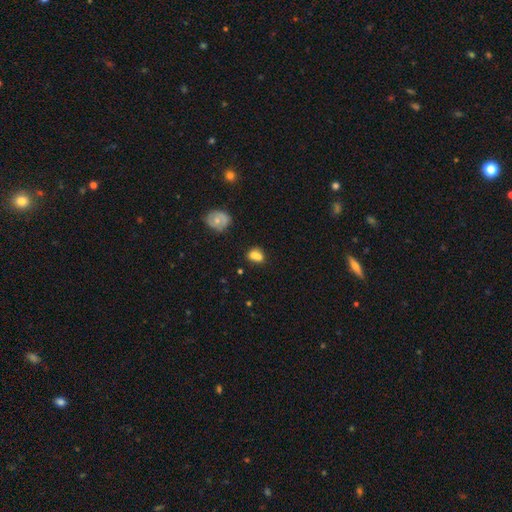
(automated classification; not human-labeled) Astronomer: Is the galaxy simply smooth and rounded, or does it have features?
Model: smooth — 73%.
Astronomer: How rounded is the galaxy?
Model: round — 52% (runner-up: in between, 46%).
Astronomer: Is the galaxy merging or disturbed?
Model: merger — 49% (runner-up: none, 36%).